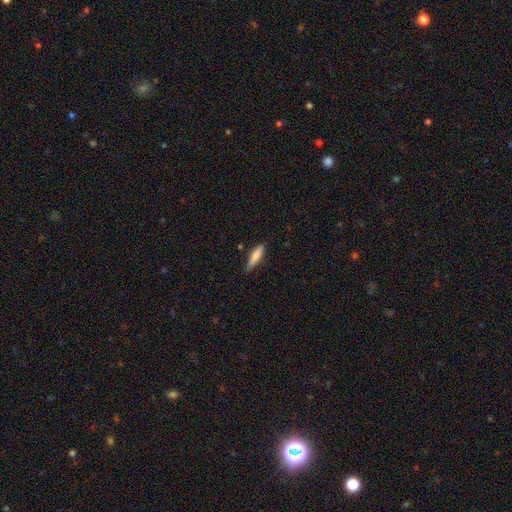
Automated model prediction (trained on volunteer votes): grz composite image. It shows a smooth galaxy with no disk features (78%) that is cigar-shaped (76%). Merging: none (78%).